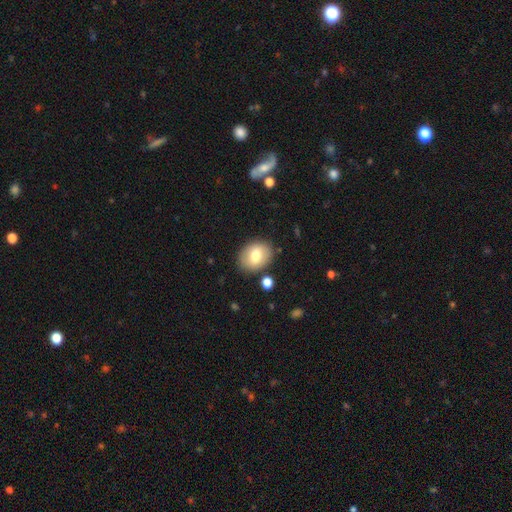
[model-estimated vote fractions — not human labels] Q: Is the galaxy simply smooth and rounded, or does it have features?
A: smooth — 72%.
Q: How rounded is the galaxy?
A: in between — 63%.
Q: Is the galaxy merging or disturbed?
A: none — 84%.